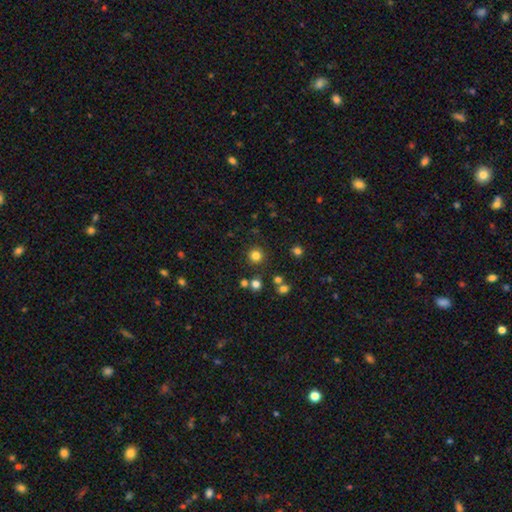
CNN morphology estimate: A smooth galaxy with no disk features (80%) that is round (95%). Merging: none (87%).